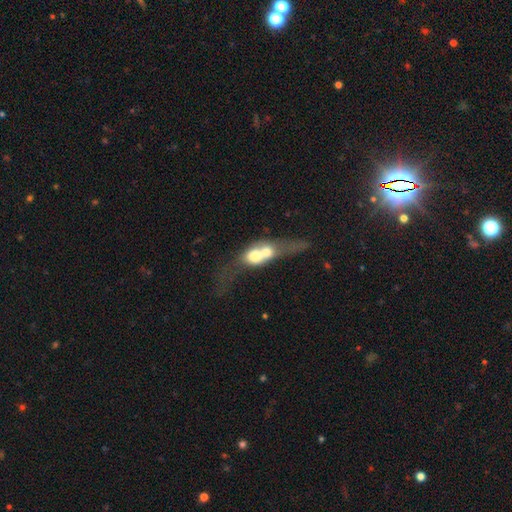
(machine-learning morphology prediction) Overall: smooth (53%; featured or disk 39%). How rounded: in between (48%; round 28%). Merging: merger (70%).